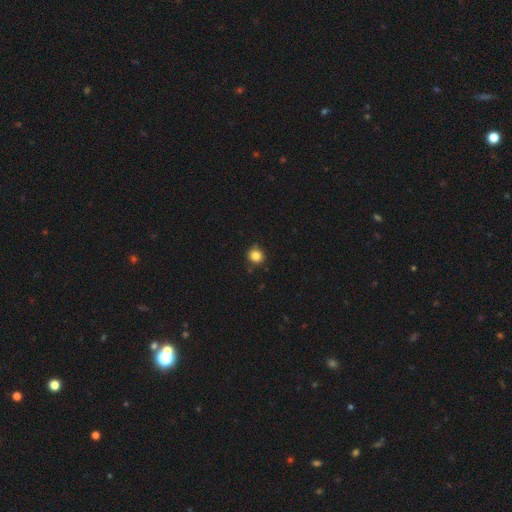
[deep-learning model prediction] smooth 84%, star or artifact 11%, featured or disk 5%. Down the decision tree: how rounded — round (92%); merging — none (87%).